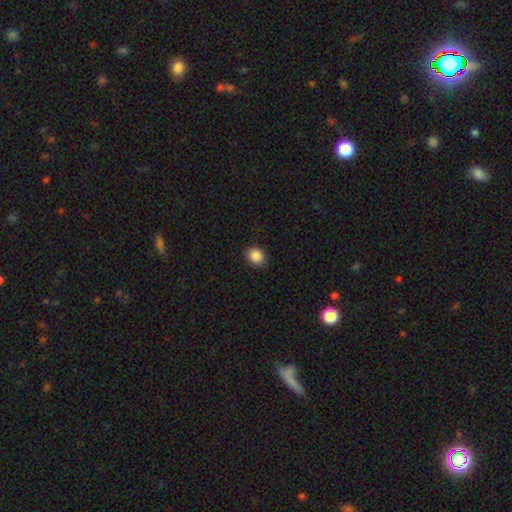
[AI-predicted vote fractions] smooth 87%, star or artifact 9%, featured or disk 3%. Down the decision tree: how rounded — round (67%); merging — none (89%).